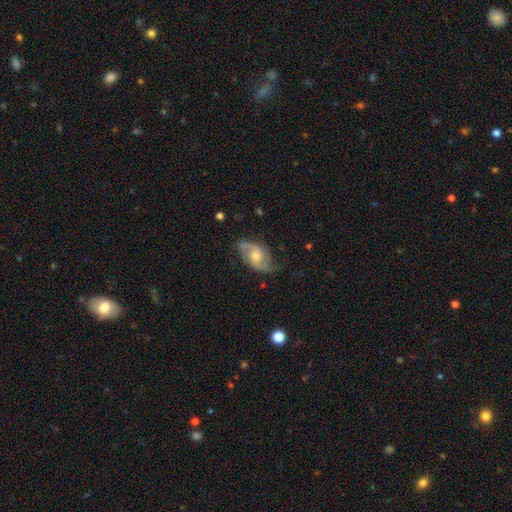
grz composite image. It shows a featured or disk galaxy (89%) with no bar (64%), 2 (84%) loose (55%) spiral arms (94%) and a small central bulge (48%). Merging: none (69%).